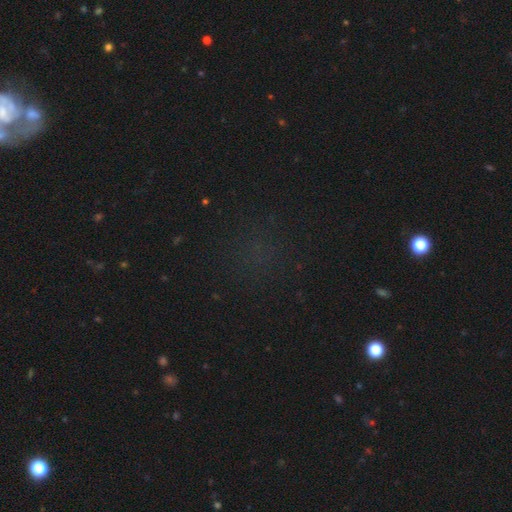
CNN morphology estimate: Q: Smooth or featured?
A: star or artifact (60%); runner-up: smooth (25%)